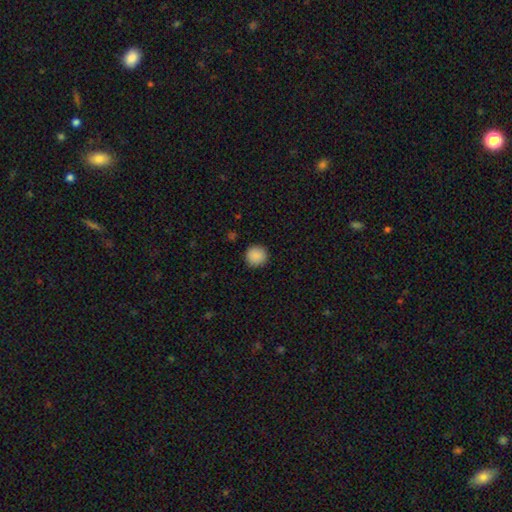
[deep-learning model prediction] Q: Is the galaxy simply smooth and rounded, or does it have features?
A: smooth — 89%.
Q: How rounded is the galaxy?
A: round — 94%.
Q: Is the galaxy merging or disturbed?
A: none — 92%.